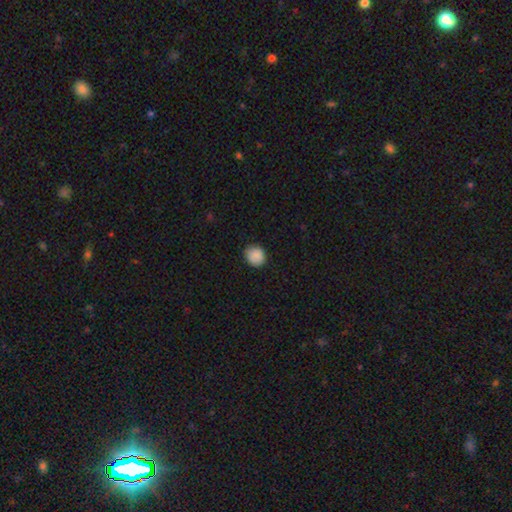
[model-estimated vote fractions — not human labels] Smooth or featured? Predicted: smooth (p=0.88). How rounded? Predicted: round (p=0.86). Merging? Predicted: none (p=0.84).